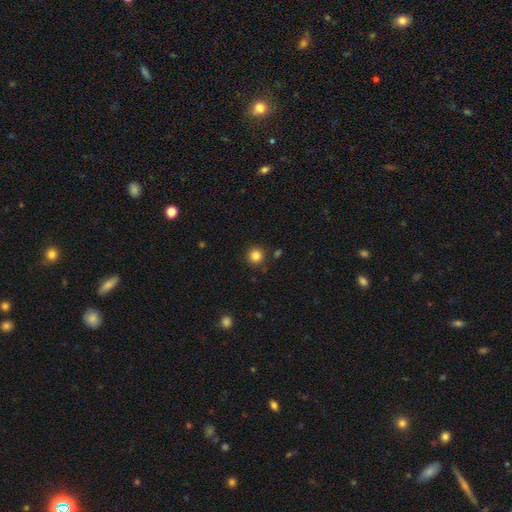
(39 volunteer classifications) Q: Smooth or featured?
A: smooth (85%); runner-up: star or artifact (10%)
Q: How rounded?
A: round (100%)
Q: Merging?
A: none (89%); runner-up: minor disturbance (9%)